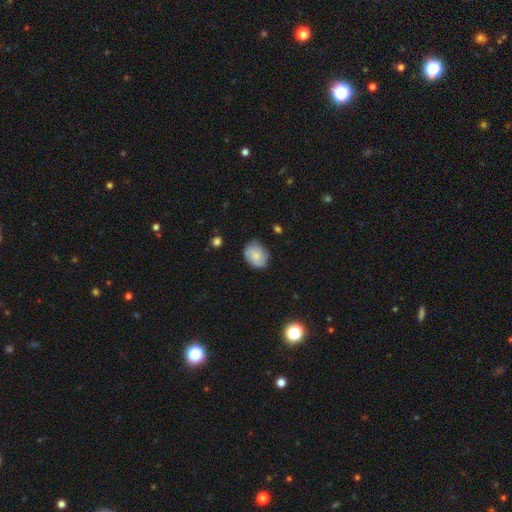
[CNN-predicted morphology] smooth 62%, featured or disk 30%, star or artifact 8%. Down the decision tree: how rounded — in between (54%); merging — none (72%).